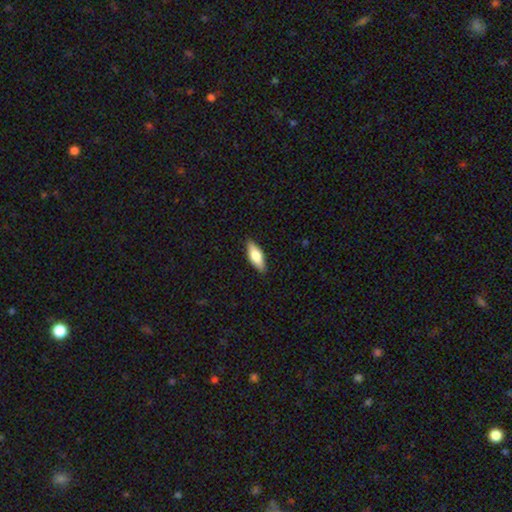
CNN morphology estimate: Q: Smooth or featured?
A: smooth (68%); runner-up: featured or disk (26%)
Q: How rounded?
A: in between (66%); runner-up: cigar-shaped (31%)
Q: Merging?
A: none (88%); runner-up: minor disturbance (9%)